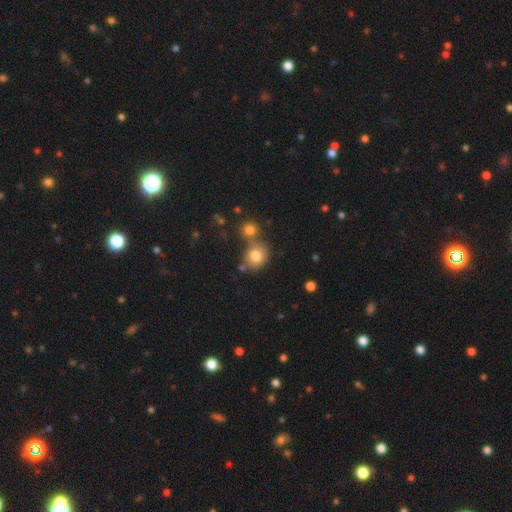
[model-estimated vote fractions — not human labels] Morphology: type=smooth (79%); roundness=round (79%); merging=none (54%).